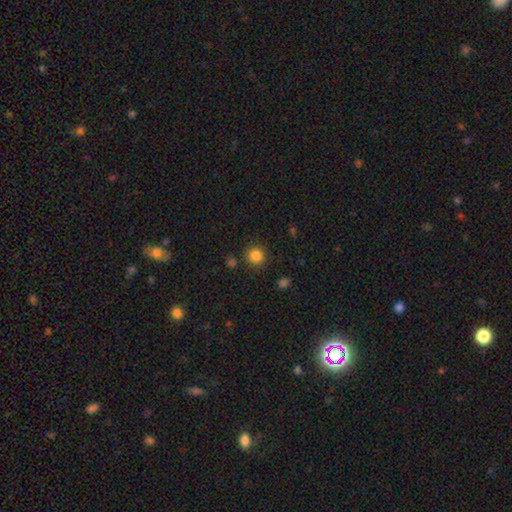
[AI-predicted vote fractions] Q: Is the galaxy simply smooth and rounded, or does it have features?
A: smooth — 84%.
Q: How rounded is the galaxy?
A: round — 91%.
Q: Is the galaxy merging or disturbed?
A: none — 85%.